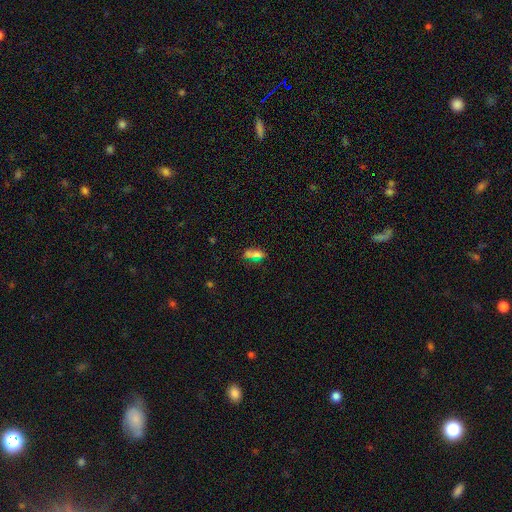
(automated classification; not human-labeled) smooth_or_featured: smooth (p=0.63) [alt: featured or disk p=0.19]
how_rounded: in between (p=0.69) [alt: cigar-shaped p=0.21]
merging: none (p=0.49) [alt: minor disturbance p=0.20]